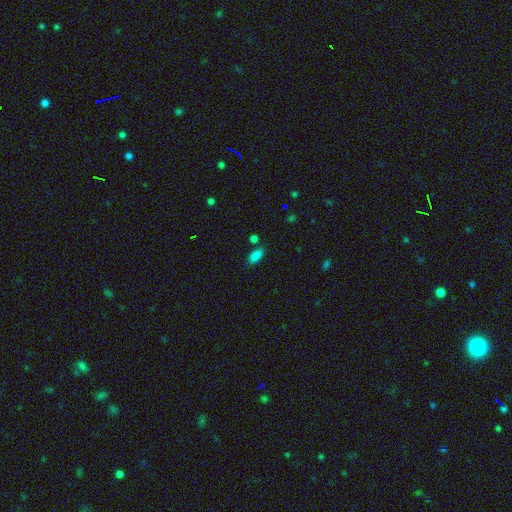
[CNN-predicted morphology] This is clearly a smooth galaxy (84%). How rounded: clearly in between (86%). Merging: likely none (78%).